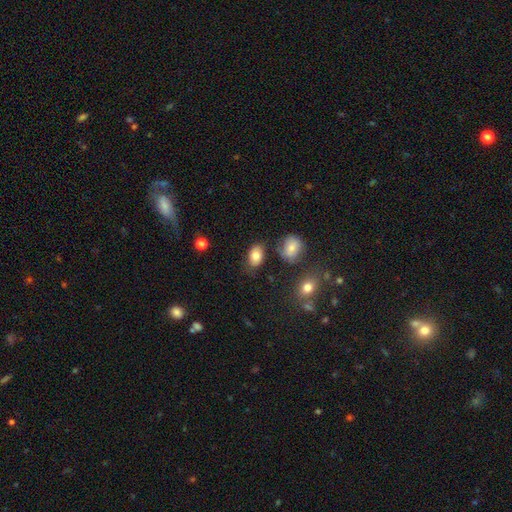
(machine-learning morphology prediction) smooth 81%, featured or disk 10%, star or artifact 8%. Down the decision tree: how rounded — in between (86%); merging — none (74%).